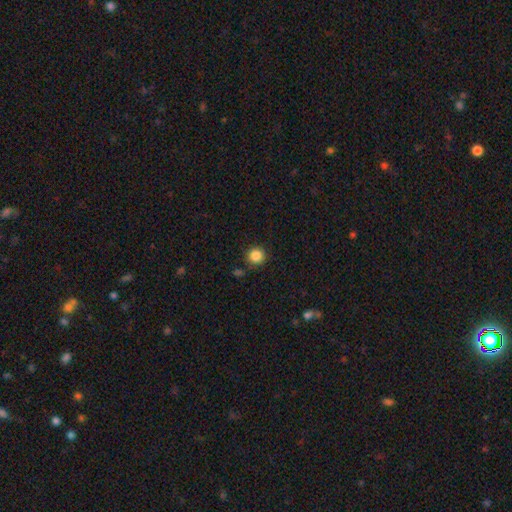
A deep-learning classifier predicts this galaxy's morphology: type=smooth (86%); roundness=round (93%); merging=none (88%).